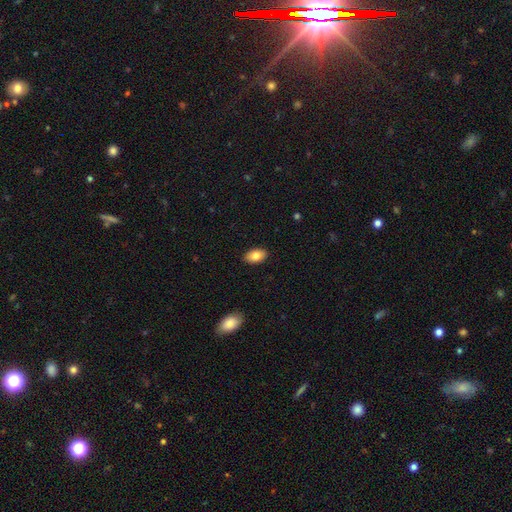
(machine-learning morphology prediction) Smooth or featured? Predicted: smooth (p=0.83). How rounded? Predicted: in between (p=0.91). Merging? Predicted: none (p=0.90).